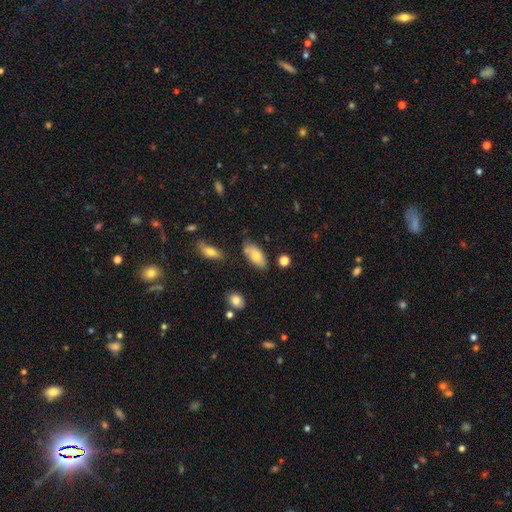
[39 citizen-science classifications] Smooth or featured? smooth (79%)
How rounded? in between (90%)
Merging? none (66%)